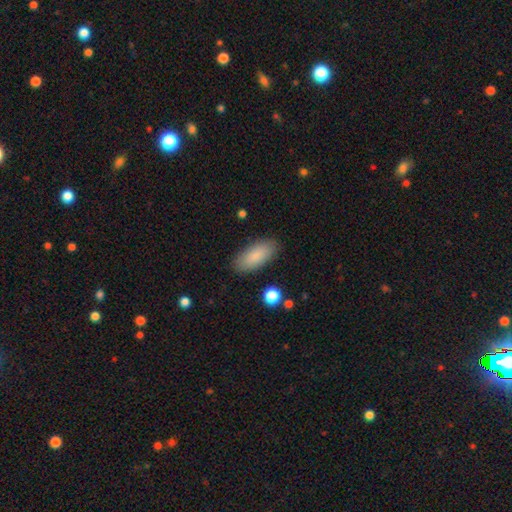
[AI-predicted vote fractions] smooth_or_featured: smooth (p=0.86) [alt: featured or disk p=0.08]
how_rounded: in between (p=0.84) [alt: cigar-shaped p=0.14]
merging: none (p=0.87) [alt: minor disturbance p=0.09]